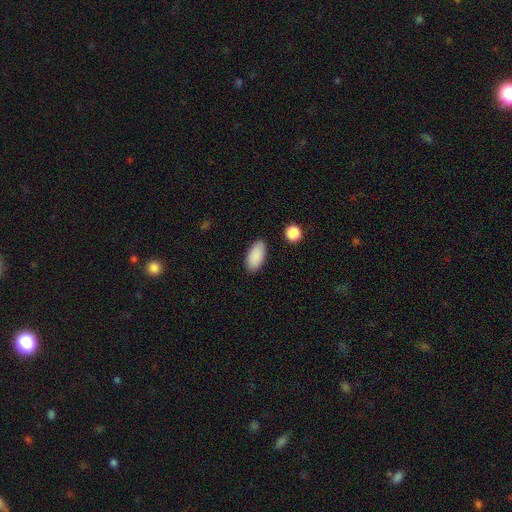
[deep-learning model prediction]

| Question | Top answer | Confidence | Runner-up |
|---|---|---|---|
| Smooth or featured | smooth | 89% | star or artifact (6%) |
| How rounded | in between | 92% | cigar-shaped (5%) |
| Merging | none | 85% | minor disturbance (10%) |